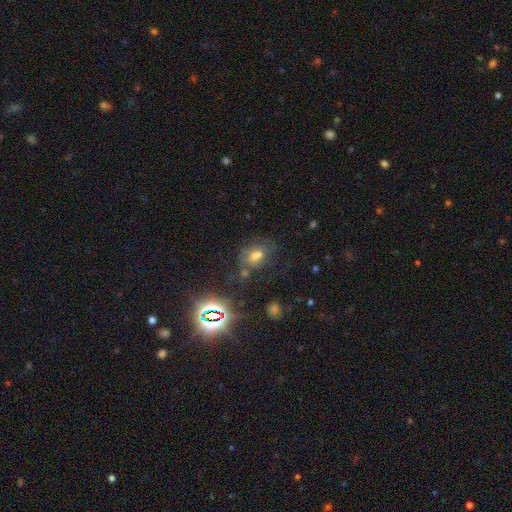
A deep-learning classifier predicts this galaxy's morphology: The model was most divided on "smooth or featured": smooth: 44%, star or artifact: 35%, featured or disk: 21%. More confident: merging — none (52%).